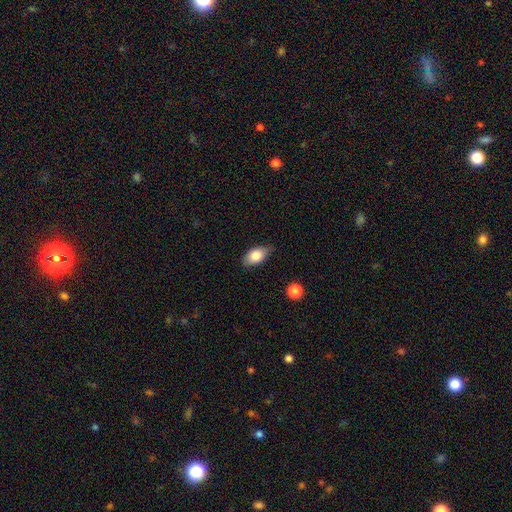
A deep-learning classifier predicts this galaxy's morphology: Smooth or featured? smooth (81%)
How rounded? in between (91%)
Merging? none (77%)